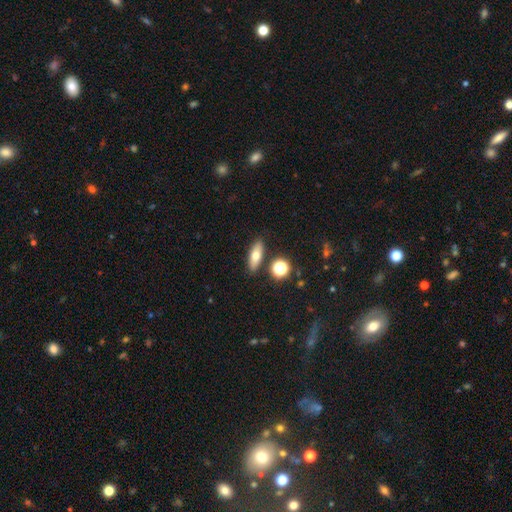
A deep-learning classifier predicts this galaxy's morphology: smooth 67%, featured or disk 23%, star or artifact 10%. Down the decision tree: how rounded — in between (58%); merging — none (84%).